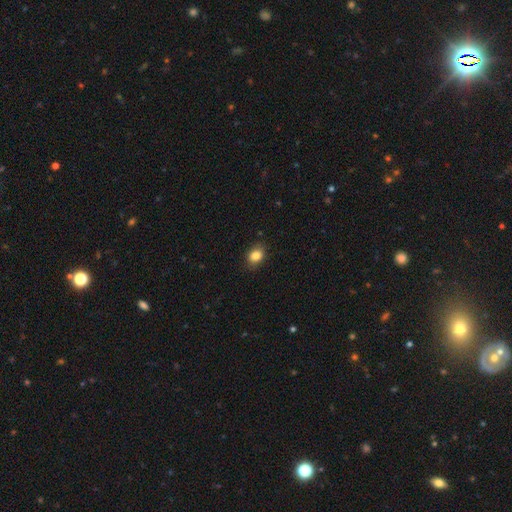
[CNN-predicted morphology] smooth 85%, star or artifact 9%, featured or disk 6%. Down the decision tree: how rounded — in between (66%); merging — none (84%).